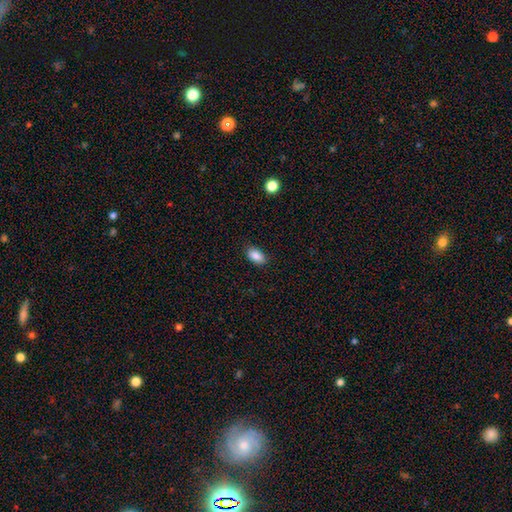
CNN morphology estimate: This appears to be a smooth galaxy with no disk features (88%) that is in between round and cigar-shaped (92%). Merging: none (86%).